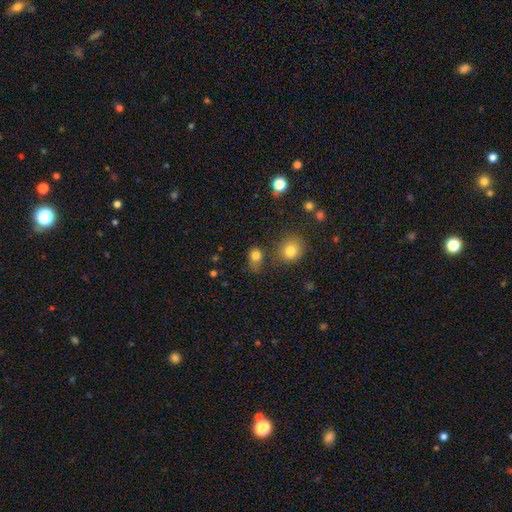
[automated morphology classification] smooth-or-featured: smooth: 80% | star or artifact: 14% | featured or disk: 6%
  how-rounded: round: 57% | in between: 42% | cigar-shaped: 1%
  merging: none: 60% | minor disturbance: 22% | merger: 9% | major disturbance: 8%